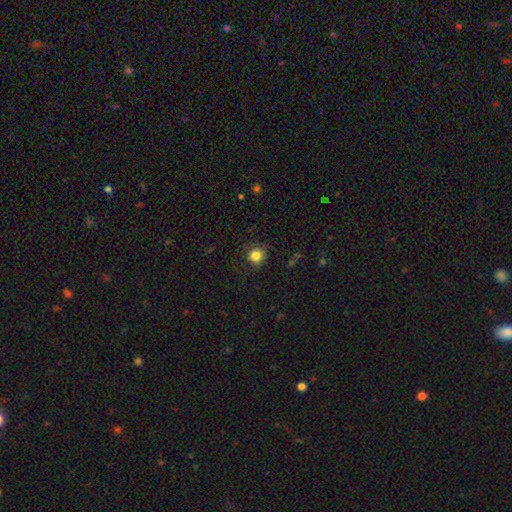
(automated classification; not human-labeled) Overall: smooth (83%). How rounded: round (88%). Merging: none (78%).